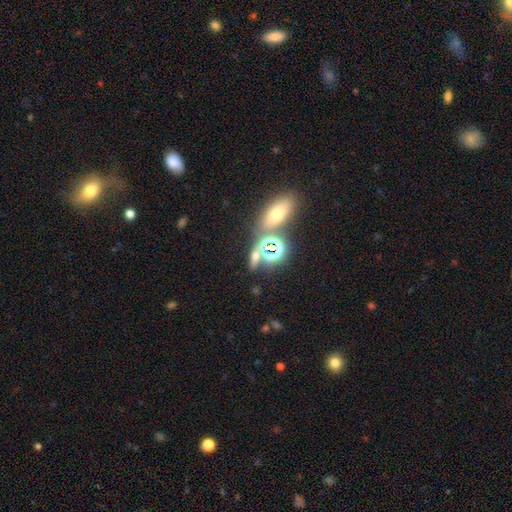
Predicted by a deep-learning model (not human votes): Smooth or featured? Predicted: smooth (p=0.43). Merging? Predicted: none (p=0.67).